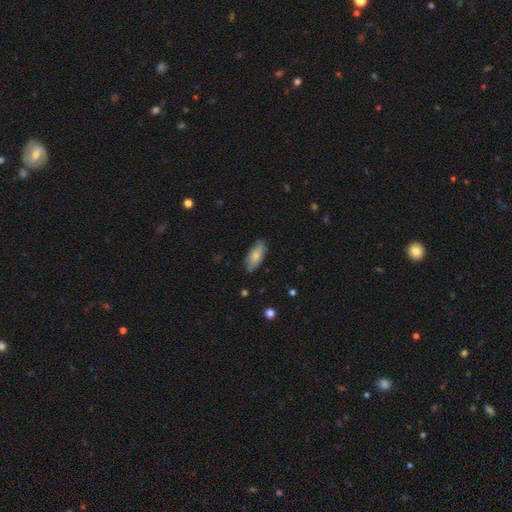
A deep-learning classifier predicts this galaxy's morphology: type=smooth (79%); roundness=in between (81%); merging=none (82%).